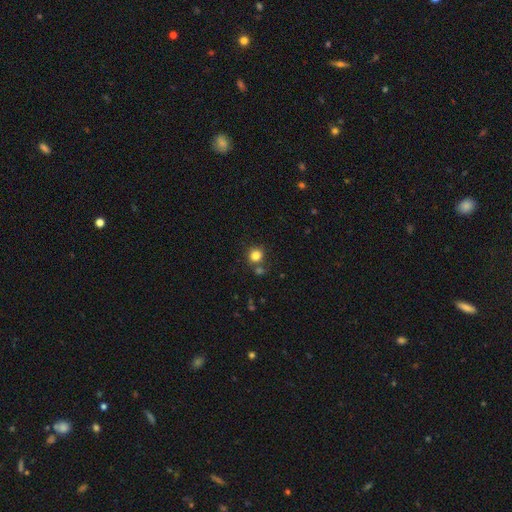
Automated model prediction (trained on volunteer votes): A smooth galaxy with no disk features (83%) that is round (85%). Merging: none (73%).